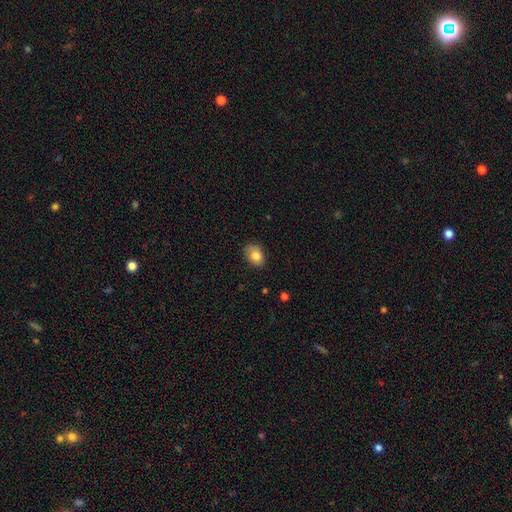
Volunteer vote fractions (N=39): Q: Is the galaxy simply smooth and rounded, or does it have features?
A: smooth — 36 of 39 (92%).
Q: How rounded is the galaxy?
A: in between — 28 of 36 (78%).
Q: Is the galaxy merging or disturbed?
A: none — 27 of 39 (69%).